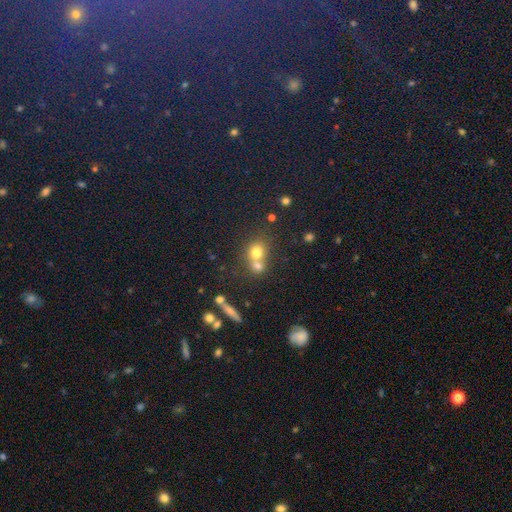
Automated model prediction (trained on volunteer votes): A smooth galaxy with no disk features (56%) that is round (78%).

Vote fractions:
- Smooth or featured? smooth: 56% / star or artifact: 30% / featured or disk: 14%
- How rounded? round: 78% / in between: 20% / cigar-shaped: 2%
- Merging? none: 47% / merger: 42% / minor disturbance: 8% / major disturbance: 3%